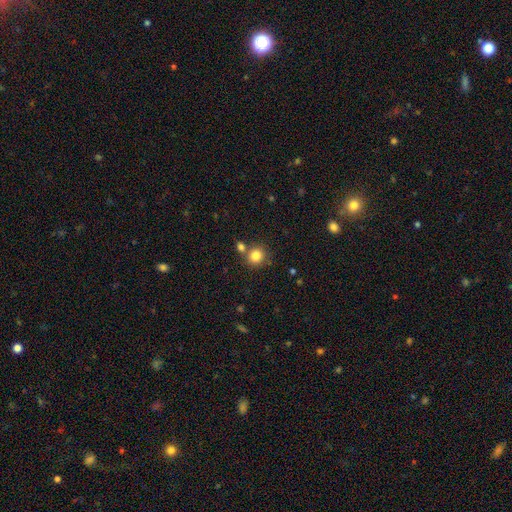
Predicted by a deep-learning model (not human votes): This appears to be a smooth galaxy with no disk features (83%) that is round (85%). Merging: none (68%).